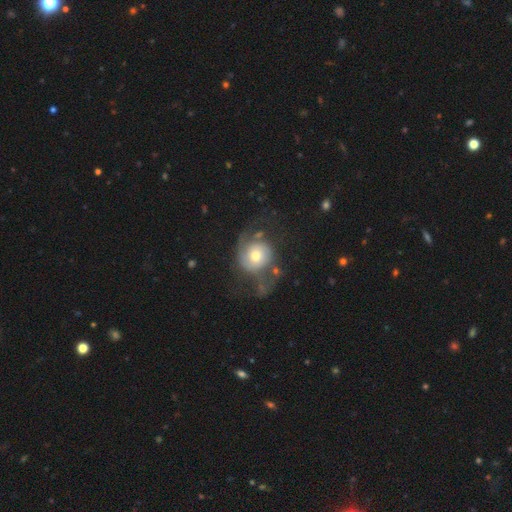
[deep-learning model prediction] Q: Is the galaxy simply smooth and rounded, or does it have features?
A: featured or disk — 68%.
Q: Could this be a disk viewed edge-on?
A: no — 97%.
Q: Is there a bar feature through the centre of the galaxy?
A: no — 76%.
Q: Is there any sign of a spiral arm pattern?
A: yes — 87%.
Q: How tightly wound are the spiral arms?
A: loose — 40%.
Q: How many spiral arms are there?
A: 2 — 74%.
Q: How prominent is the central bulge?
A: moderate — 62%.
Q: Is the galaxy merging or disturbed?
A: none — 45%.